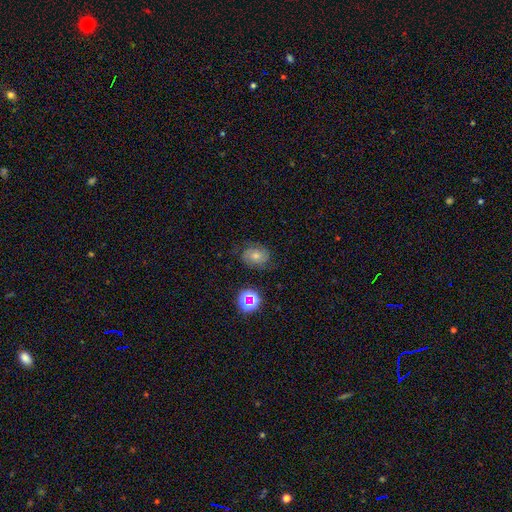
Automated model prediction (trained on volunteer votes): smooth-or-featured: featured or disk: 56% | smooth: 24% | star or artifact: 20%
  disk-edge-on: no: 96% | yes: 4%
    bar: no: 74% | weak: 22% | strong: 5%
    has-spiral-arms: yes: 90% | no: 10%
    bulge-size: moderate: 51% | small: 42% | large: 4% | none: 2% | dominant: 1%
  merging: none: 76% | minor disturbance: 16% | major disturbance: 7% | merger: 2%